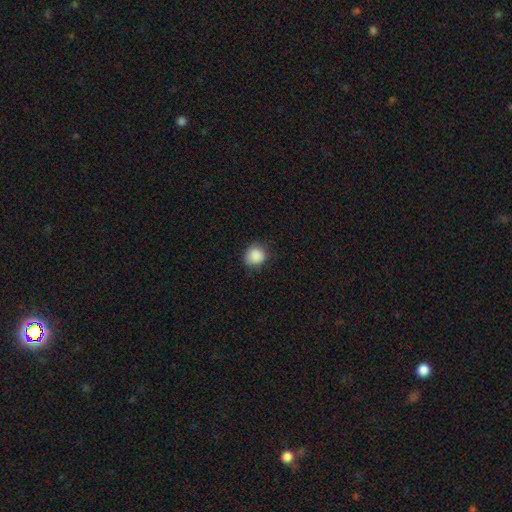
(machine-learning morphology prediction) Smooth or featured? Predicted: smooth (p=0.88). How rounded? Predicted: round (p=0.82). Merging? Predicted: none (p=0.80).